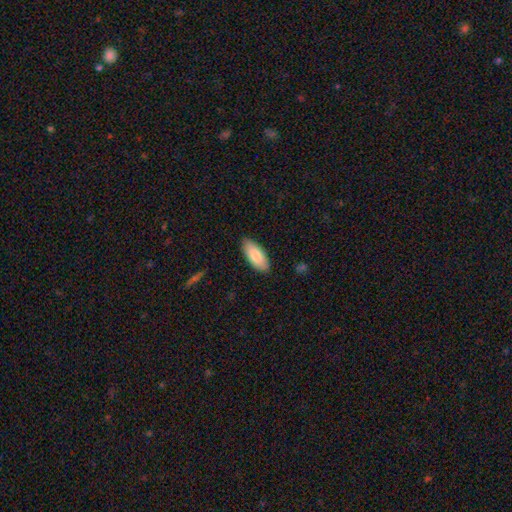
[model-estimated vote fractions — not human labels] smooth_or_featured: smooth (p=0.85) [alt: featured or disk p=0.10]
how_rounded: in between (p=0.89) [alt: cigar-shaped p=0.10]
merging: none (p=0.86) [alt: minor disturbance p=0.11]